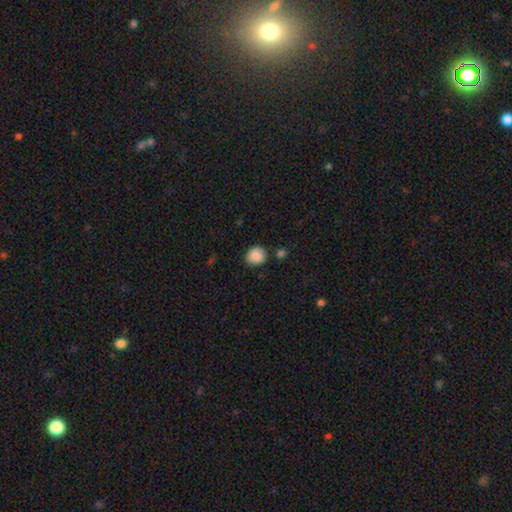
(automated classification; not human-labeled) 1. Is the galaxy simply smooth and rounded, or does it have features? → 87% smooth, 8% star or artifact, 5% featured or disk.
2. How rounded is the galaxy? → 77% round, 22% in between, 1% cigar-shaped.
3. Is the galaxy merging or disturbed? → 77% none, 15% minor disturbance, 4% merger, 3% major disturbance.